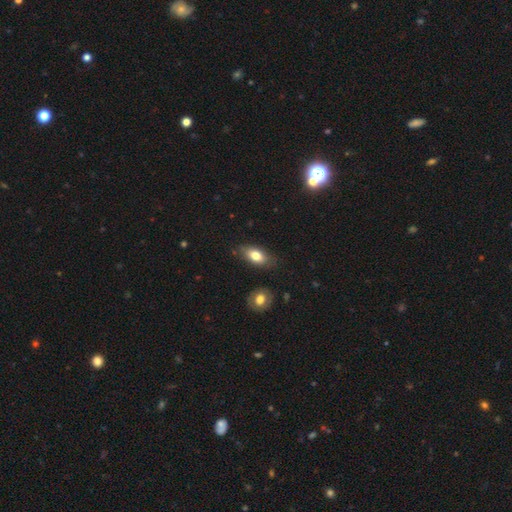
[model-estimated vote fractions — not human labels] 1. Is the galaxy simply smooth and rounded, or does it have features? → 75% smooth, 17% featured or disk, 8% star or artifact.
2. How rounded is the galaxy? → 86% in between, 8% cigar-shaped, 6% round.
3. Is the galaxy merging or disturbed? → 78% none, 16% minor disturbance, 3% major disturbance, 3% merger.